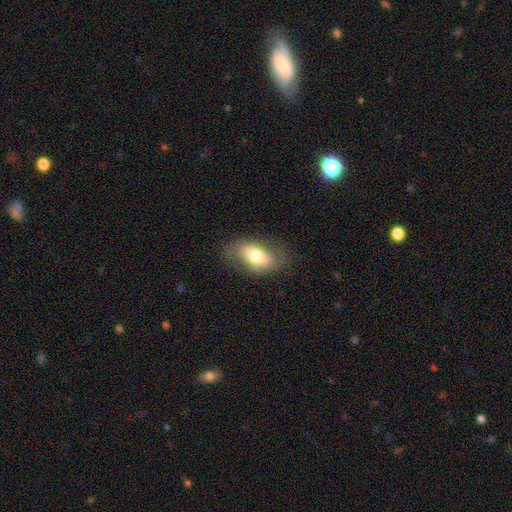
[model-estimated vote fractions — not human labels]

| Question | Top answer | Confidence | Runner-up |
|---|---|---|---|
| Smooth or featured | smooth | 62% | featured or disk (31%) |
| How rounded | in between | 89% | round (7%) |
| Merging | none | 72% | minor disturbance (19%) |